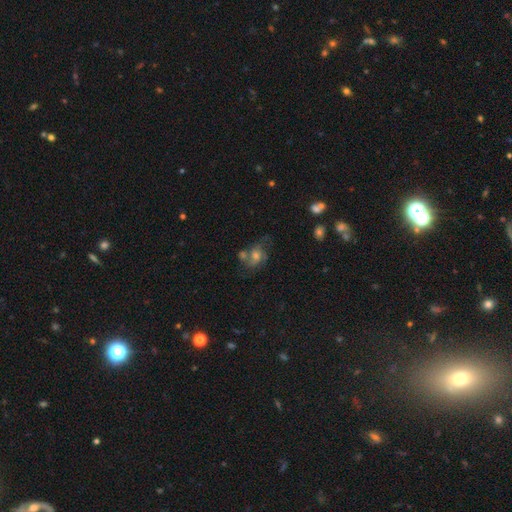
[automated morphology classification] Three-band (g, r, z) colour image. It shows a featured or disk galaxy (56%) with no bar (69%), spiral arms (82%) and a moderate central bulge (59%). Merging: none (45%).